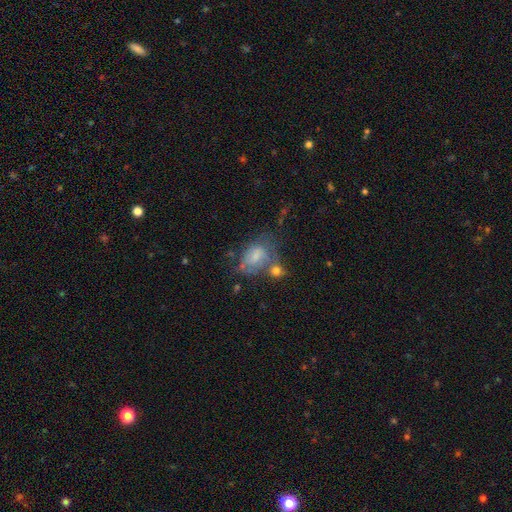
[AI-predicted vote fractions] This appears to be a smooth galaxy with no disk features (54%) that is in between round and cigar-shaped (77%). Merging: none (30%).